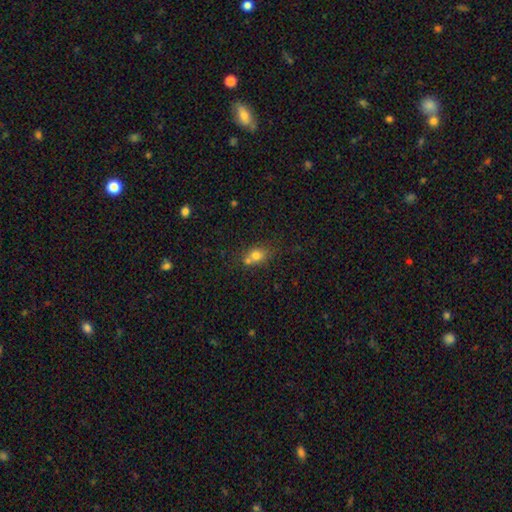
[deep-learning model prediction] Smooth or featured? smooth (74%)
How rounded? round (51%)
Merging? none (45%)